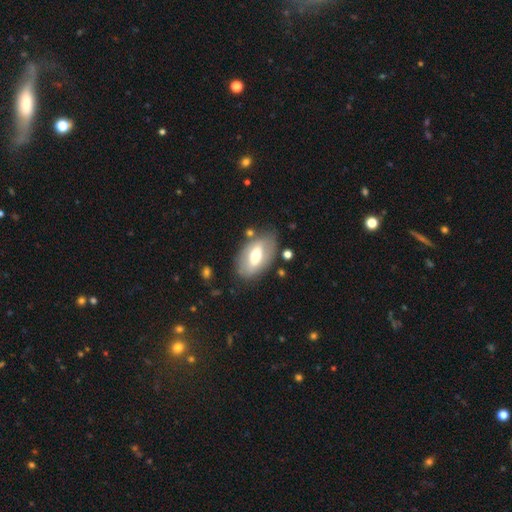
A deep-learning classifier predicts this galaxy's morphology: Smooth or featured? smooth (49%)
Merging? none (76%)